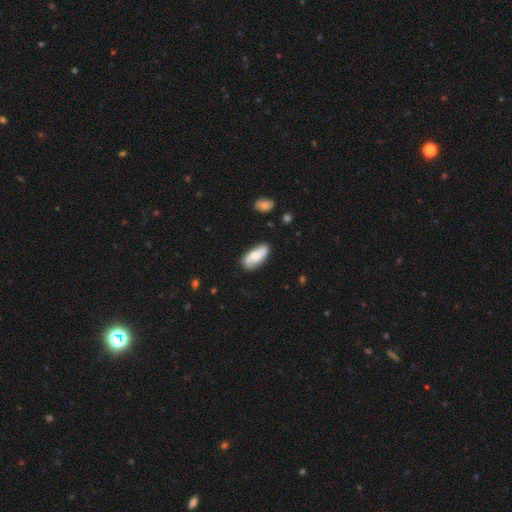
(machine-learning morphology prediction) Q: Smooth or featured?
A: smooth (55%); runner-up: featured or disk (38%)
Q: How rounded?
A: in between (82%); runner-up: cigar-shaped (16%)
Q: Merging?
A: none (78%); runner-up: minor disturbance (16%)